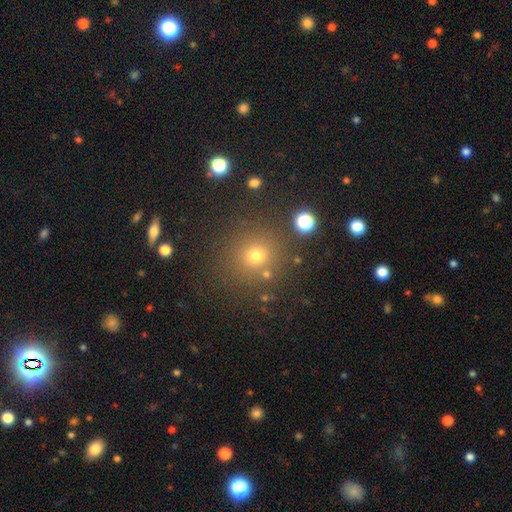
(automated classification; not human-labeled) Smooth or featured: smooth — 68% (star or artifact — 23%)
How rounded: round — 92% (in between — 7%)
Merging: none — 84% (minor disturbance — 8%)